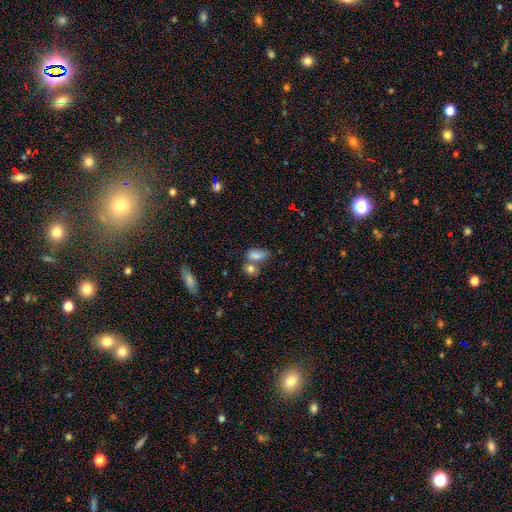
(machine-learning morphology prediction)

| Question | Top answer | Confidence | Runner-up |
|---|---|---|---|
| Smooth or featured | smooth | 79% | star or artifact (11%) |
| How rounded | in between | 83% | round (10%) |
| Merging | merger | 44% | none (34%) |